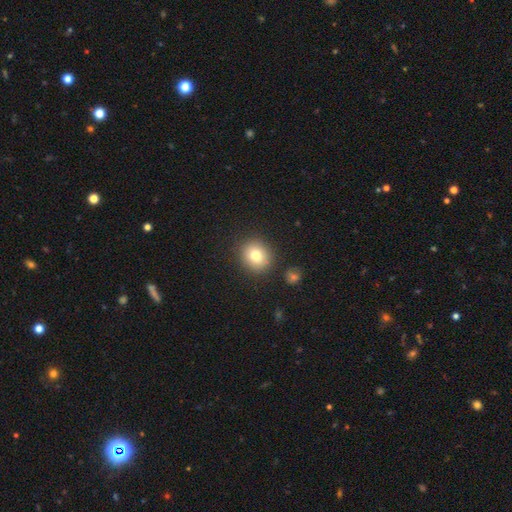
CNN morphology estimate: This appears to be a smooth galaxy with no disk features (78%) that is round (84%). Merging: none (87%).